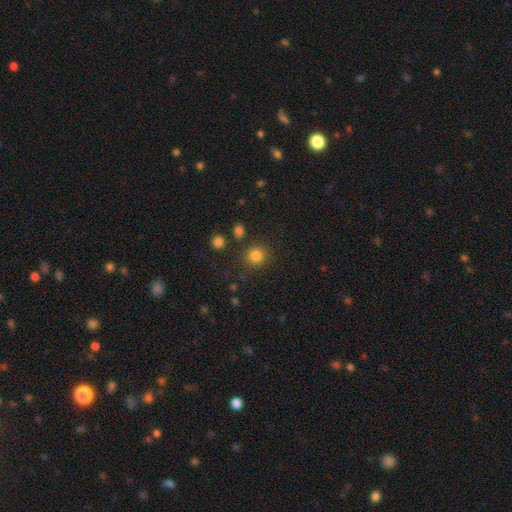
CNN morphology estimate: type=smooth (83%); roundness=round (90%); merging=none (84%).